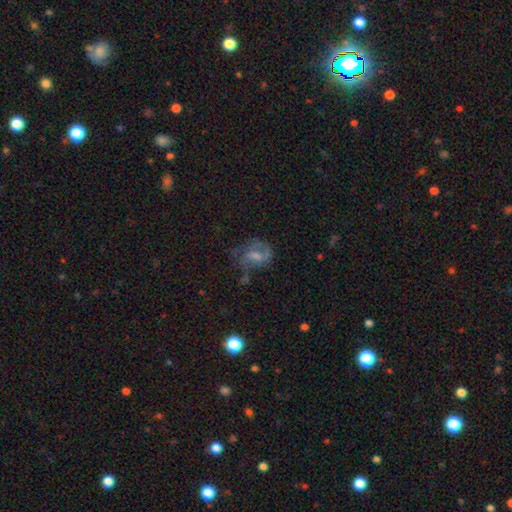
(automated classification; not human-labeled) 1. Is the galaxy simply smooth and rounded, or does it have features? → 55% featured or disk, 28% smooth, 16% star or artifact.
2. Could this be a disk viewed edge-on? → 96% no, 4% yes.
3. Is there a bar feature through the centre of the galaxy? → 45% no, 44% weak, 12% strong.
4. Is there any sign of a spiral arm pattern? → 67% yes, 33% no.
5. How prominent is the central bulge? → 41% moderate, 37% small, 16% none, 6% large, 1% dominant.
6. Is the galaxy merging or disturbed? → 54% none, 22% minor disturbance, 20% major disturbance, 4% merger.